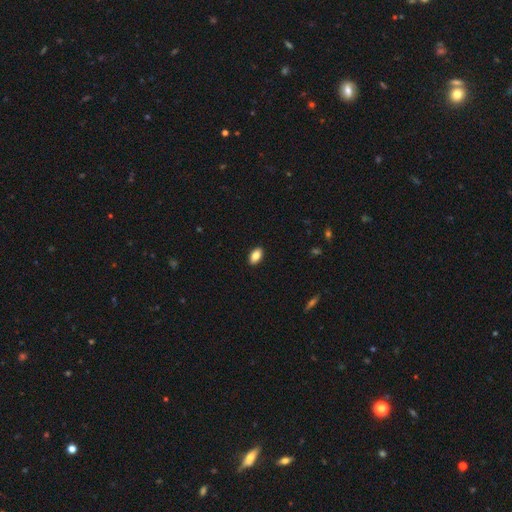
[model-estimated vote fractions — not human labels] Smooth or featured? Predicted: smooth (p=0.86). How rounded? Predicted: in between (p=0.92). Merging? Predicted: none (p=0.90).